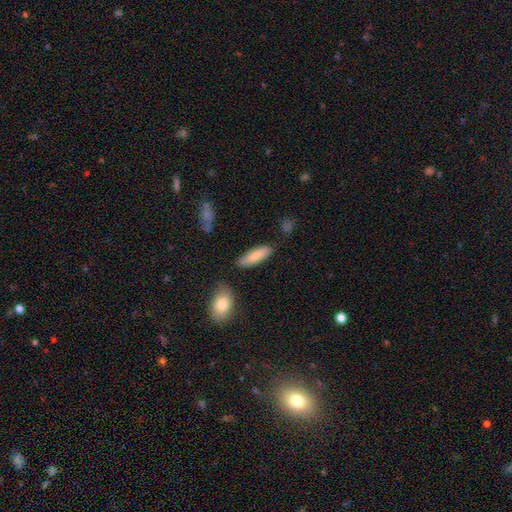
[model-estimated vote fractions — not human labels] Overall: smooth (82%). How rounded: cigar-shaped (57%; in between 42%). Merging: none (83%).